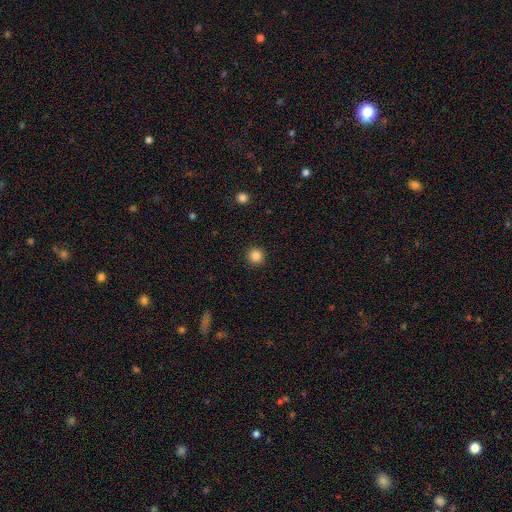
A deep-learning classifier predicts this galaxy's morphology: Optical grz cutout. It shows a smooth galaxy with no disk features (86%) that is round (95%). Merging: none (92%).